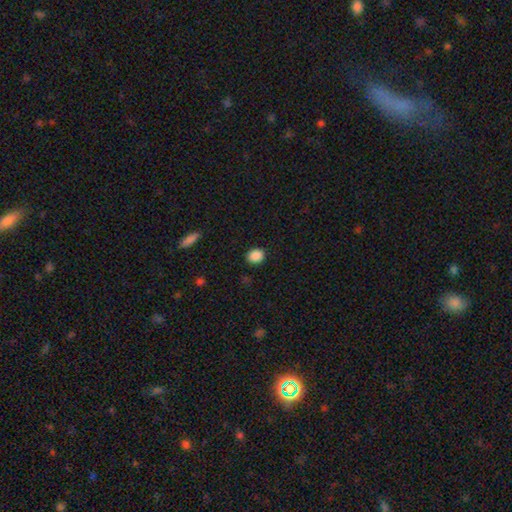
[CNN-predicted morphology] This appears to be a smooth galaxy with no disk features (88%) that is round (57%). Merging: none (88%).